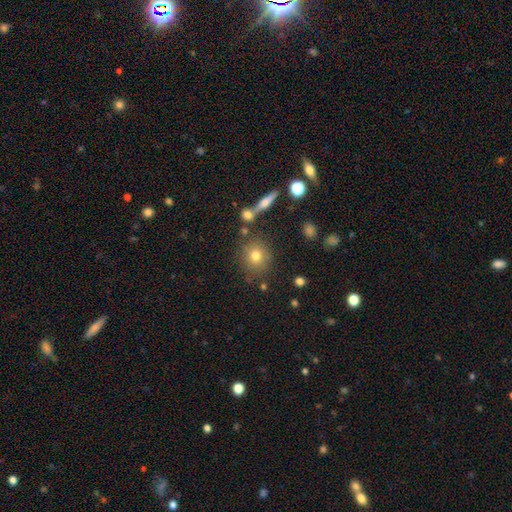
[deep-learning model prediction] Smooth or featured? smooth (74%)
How rounded? round (84%)
Merging? none (78%)